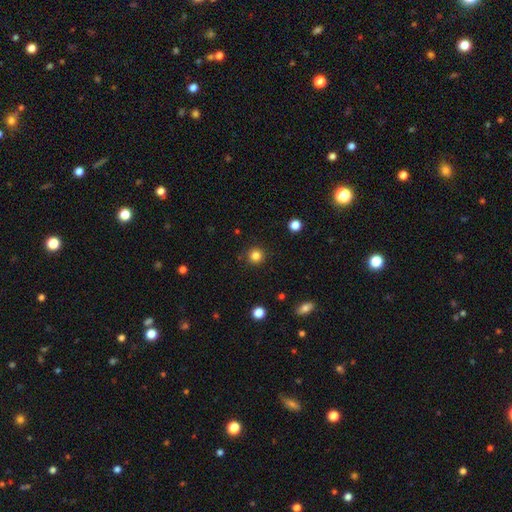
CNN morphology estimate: smooth 83%, star or artifact 12%, featured or disk 5%. Down the decision tree: how rounded — round (95%); merging — none (91%).